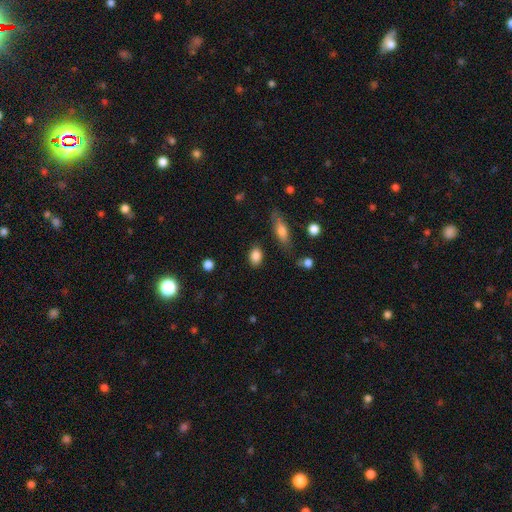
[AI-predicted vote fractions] smooth 86%, star or artifact 8%, featured or disk 5%. Down the decision tree: how rounded — in between (74%); merging — none (83%).